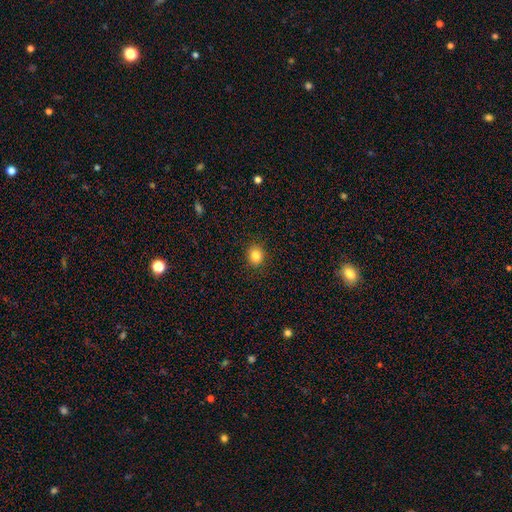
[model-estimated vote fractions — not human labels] A smooth galaxy with no disk features (84%) that is round (74%).

Vote fractions:
- Smooth or featured? smooth: 84% / star or artifact: 11% / featured or disk: 6%
- How rounded? round: 74% / in between: 26% / cigar-shaped: 1%
- Merging? none: 90% / minor disturbance: 7% / major disturbance: 2% / merger: 1%